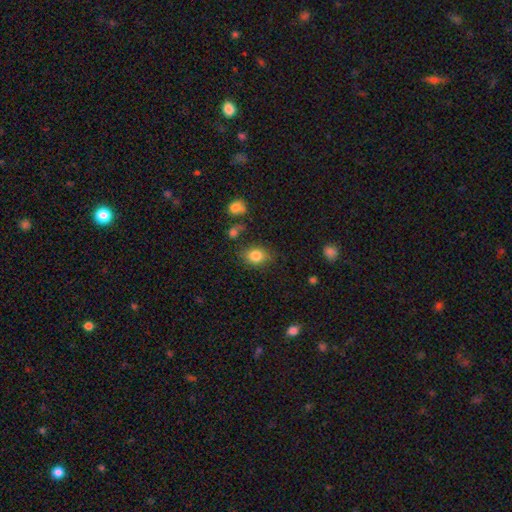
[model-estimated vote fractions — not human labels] Morphology: type=smooth (82%); roundness=in between (58%); merging=none (75%).